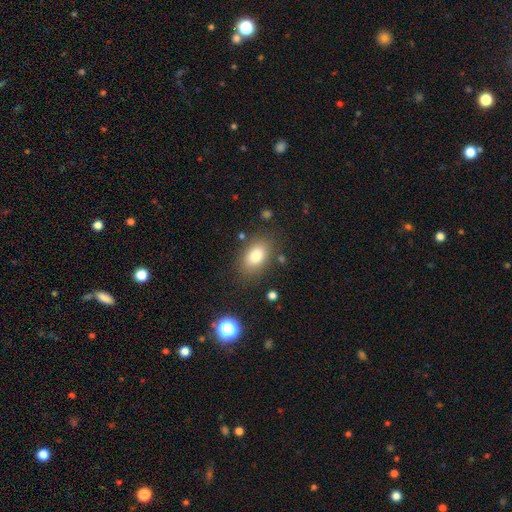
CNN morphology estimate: Q: Smooth or featured?
A: smooth (81%); runner-up: featured or disk (10%)
Q: How rounded?
A: in between (86%); runner-up: round (12%)
Q: Merging?
A: none (80%); runner-up: minor disturbance (13%)